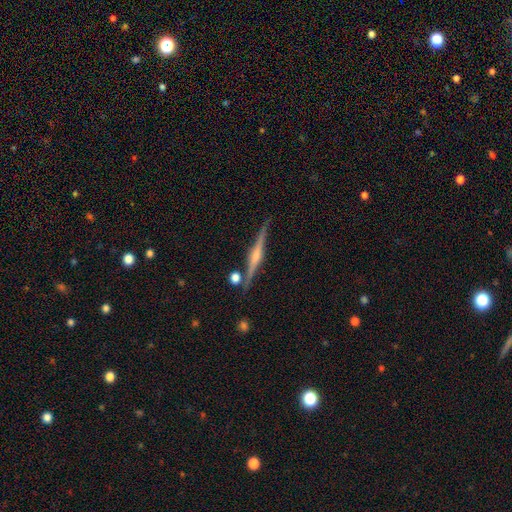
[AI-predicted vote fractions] smooth-or-featured: featured or disk: 78% | smooth: 15% | star or artifact: 7%
  disk-edge-on: yes: 97% | no: 3%
    edge-on-bulge: rounded: 83% | none: 9% | boxy: 8%
  merging: none: 80% | minor disturbance: 11% | merger: 6% | major disturbance: 3%